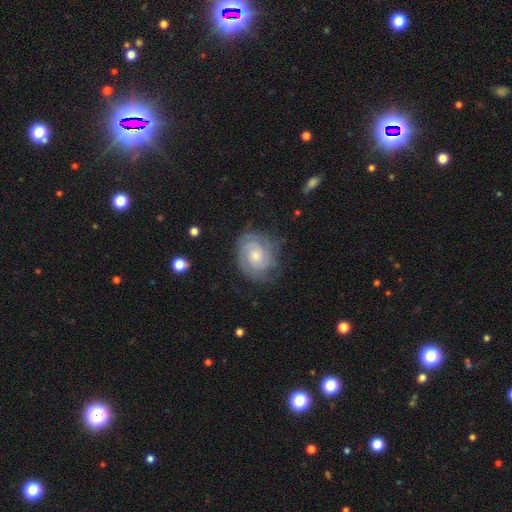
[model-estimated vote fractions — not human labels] Smooth or featured? Predicted: featured or disk (p=0.74). Edge-on disk? Predicted: no (p=0.98). Bar? Predicted: no (p=0.76). Spiral arms? Predicted: yes (p=0.91). Spiral winding? Predicted: tight (p=0.72). Spiral arm count? Predicted: can't tell (p=0.38). Bulge size? Predicted: small (p=0.59). Merging? Predicted: none (p=0.71).